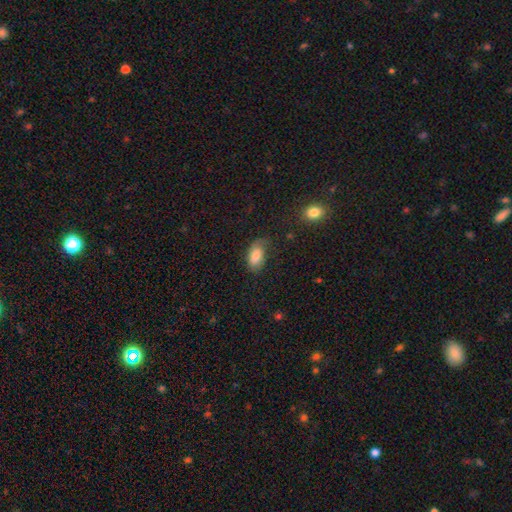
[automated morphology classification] Overall: smooth (74%). How rounded: in between (92%). Merging: none (53%; minor disturbance 30%).